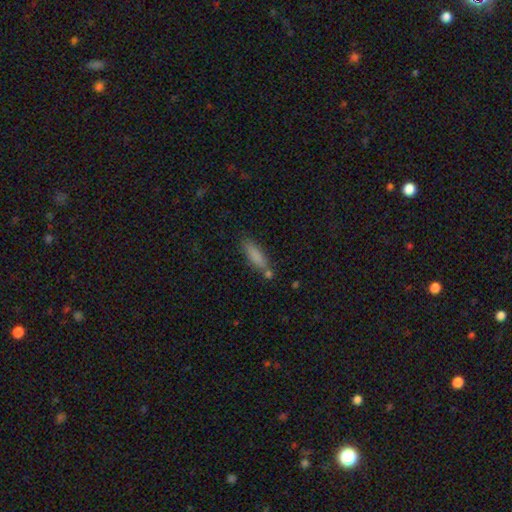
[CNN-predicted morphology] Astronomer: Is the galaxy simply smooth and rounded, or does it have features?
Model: smooth — 82%.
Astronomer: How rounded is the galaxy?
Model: cigar-shaped — 60% (runner-up: in between, 38%).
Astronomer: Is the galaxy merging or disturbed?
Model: none — 69%.